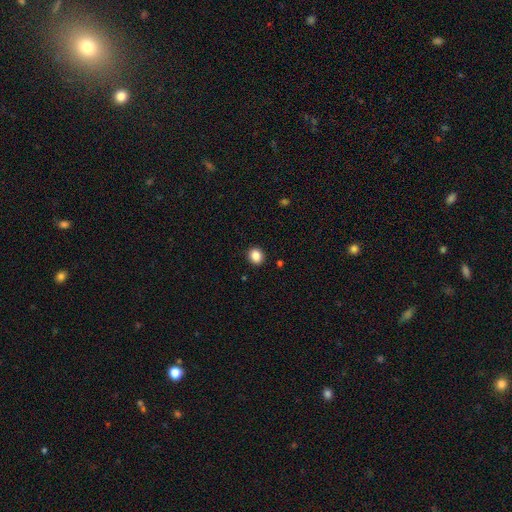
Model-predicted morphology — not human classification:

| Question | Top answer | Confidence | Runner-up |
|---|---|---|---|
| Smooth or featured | smooth | 86% | star or artifact (10%) |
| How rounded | round | 70% | in between (29%) |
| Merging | none | 91% | minor disturbance (6%) |